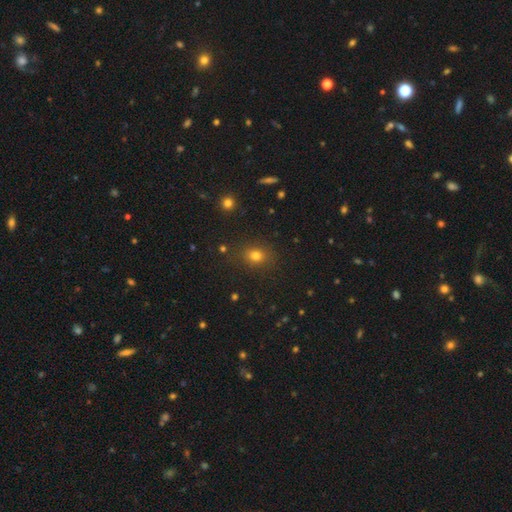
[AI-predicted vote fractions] smooth-or-featured: smooth: 75% | star or artifact: 18% | featured or disk: 7%
  how-rounded: round: 58% | in between: 41% | cigar-shaped: 1%
  merging: none: 85% | minor disturbance: 10% | major disturbance: 3% | merger: 2%